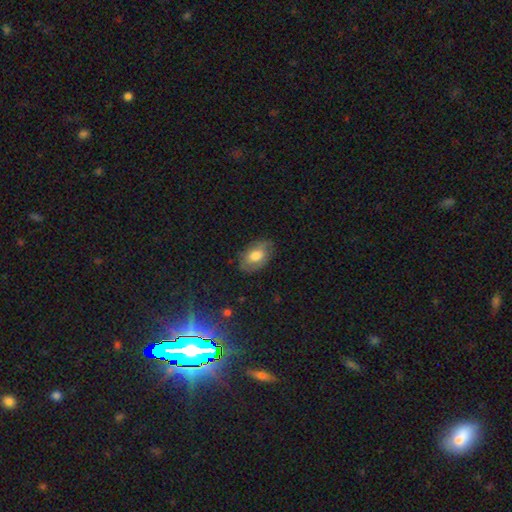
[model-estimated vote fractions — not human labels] Q: Smooth or featured?
A: smooth (64%); runner-up: featured or disk (28%)
Q: How rounded?
A: in between (89%); runner-up: round (9%)
Q: Merging?
A: none (76%); runner-up: minor disturbance (18%)